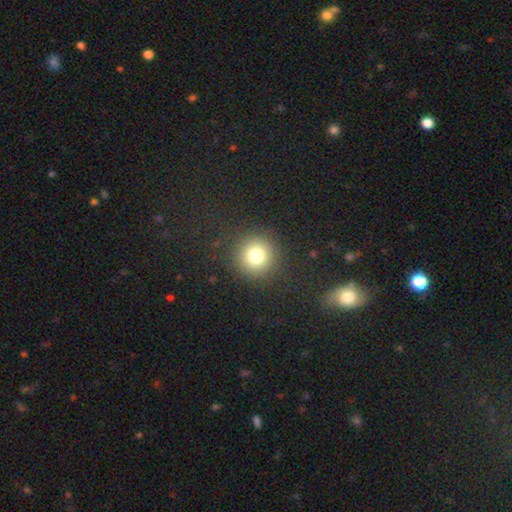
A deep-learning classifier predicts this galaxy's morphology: Smooth or featured: smooth — 77% (star or artifact — 15%)
How rounded: round — 95% (in between — 4%)
Merging: none — 90% (minor disturbance — 5%)